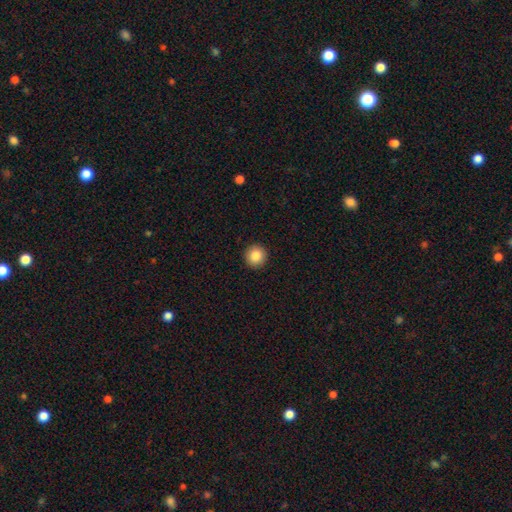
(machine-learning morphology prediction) Smooth or featured? smooth (85%)
How rounded? round (94%)
Merging? none (93%)